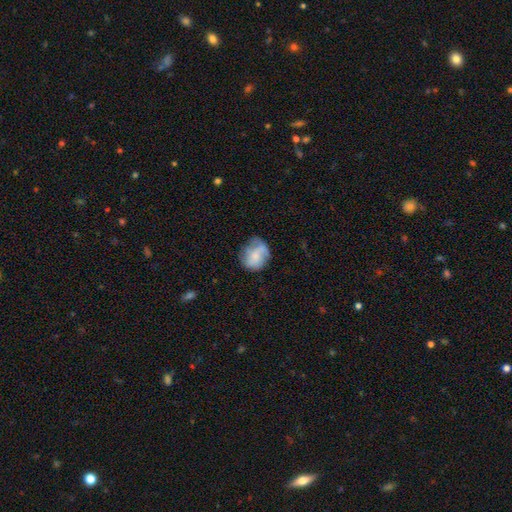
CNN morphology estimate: A smooth galaxy with no disk features (54%) that is round (64%).

Vote fractions:
- Smooth or featured? smooth: 54% / featured or disk: 38% / star or artifact: 8%
- How rounded? round: 64% / in between: 35% / cigar-shaped: 1%
- Merging? none: 54% / minor disturbance: 28% / major disturbance: 16% / merger: 3%